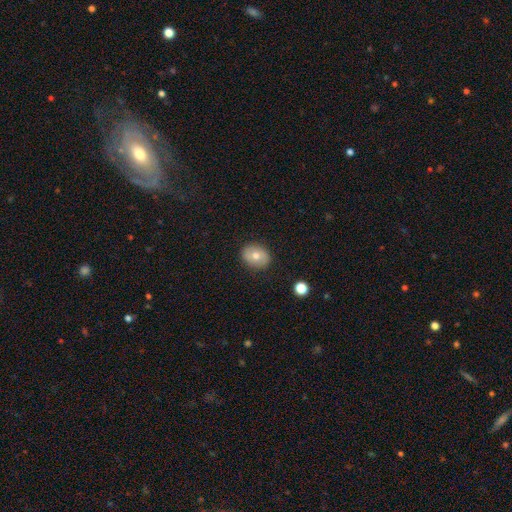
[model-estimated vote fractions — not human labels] Q: Smooth or featured?
A: smooth (69%); runner-up: featured or disk (22%)
Q: How rounded?
A: round (56%); runner-up: in between (43%)
Q: Merging?
A: none (87%); runner-up: minor disturbance (10%)